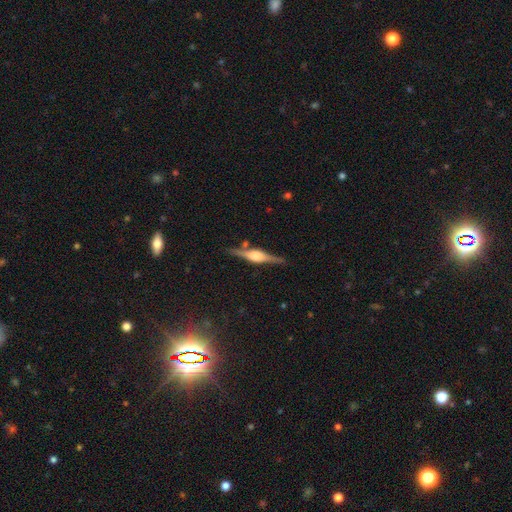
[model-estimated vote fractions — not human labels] Q: Smooth or featured?
A: featured or disk (82%); runner-up: smooth (12%)
Q: Edge-on disk?
A: yes (98%); runner-up: no (2%)
Q: Edge-on bulge?
A: rounded (82%); runner-up: boxy (16%)
Q: Merging?
A: none (86%); runner-up: minor disturbance (9%)